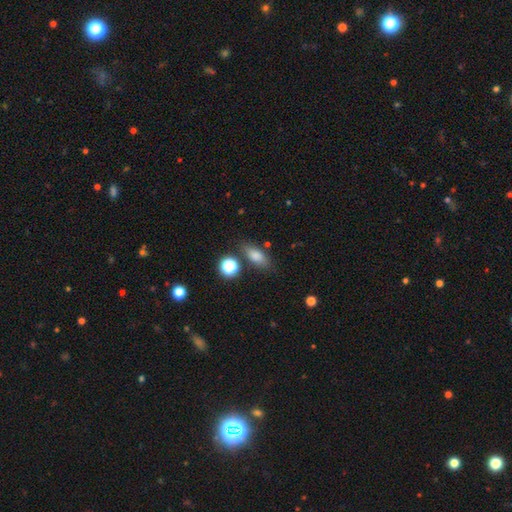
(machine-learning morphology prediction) Smooth or featured: smooth — 80% (star or artifact — 11%)
How rounded: in between — 76% (cigar-shaped — 15%)
Merging: none — 76% (minor disturbance — 14%)